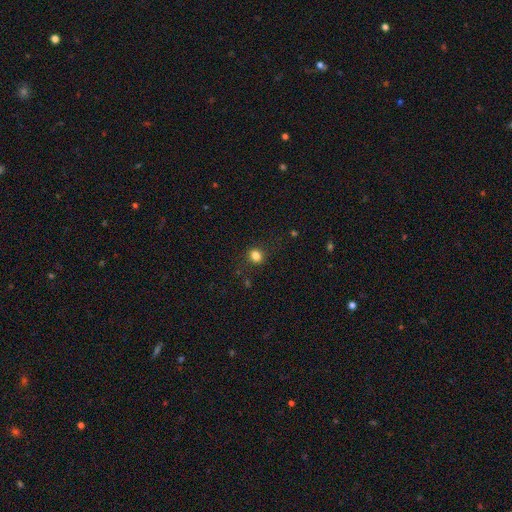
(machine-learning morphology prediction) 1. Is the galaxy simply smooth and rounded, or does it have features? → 82% smooth, 13% star or artifact, 5% featured or disk.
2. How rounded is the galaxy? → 57% round, 41% in between, 1% cigar-shaped.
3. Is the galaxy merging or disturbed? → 85% none, 11% minor disturbance, 3% major disturbance, 1% merger.